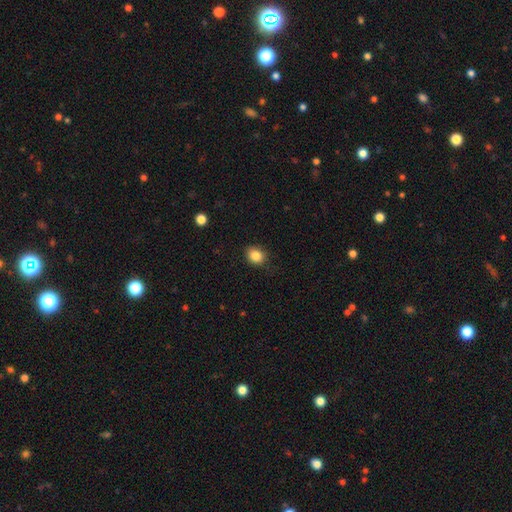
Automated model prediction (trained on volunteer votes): This is clearly a smooth galaxy (85%). How rounded: likely round (66%). Merging: clearly none (84%).